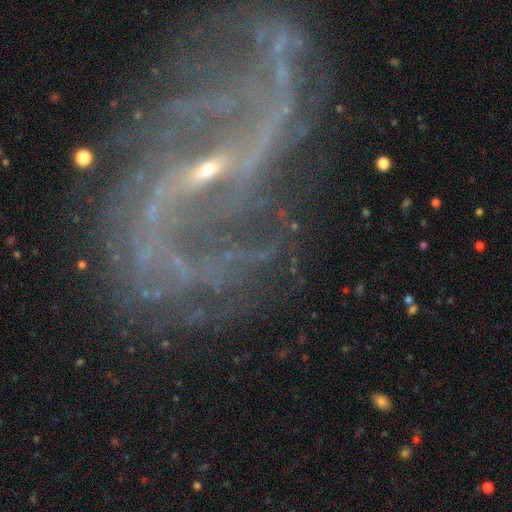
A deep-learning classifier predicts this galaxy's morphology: This appears to be a featured or disk galaxy (87%) with a strong bar (45%), 2 (52%) medium (41%) spiral arms (95%) and a small central bulge (80%). Merging: none (61%).